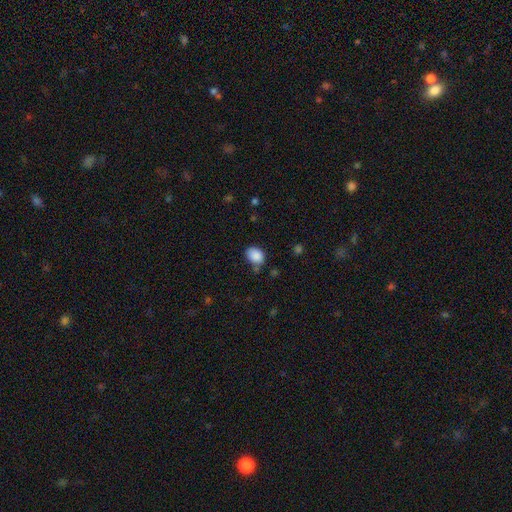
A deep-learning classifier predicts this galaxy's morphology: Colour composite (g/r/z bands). It shows a smooth galaxy with no disk features (87%) that is in between round and cigar-shaped (67%). Merging: none (66%).